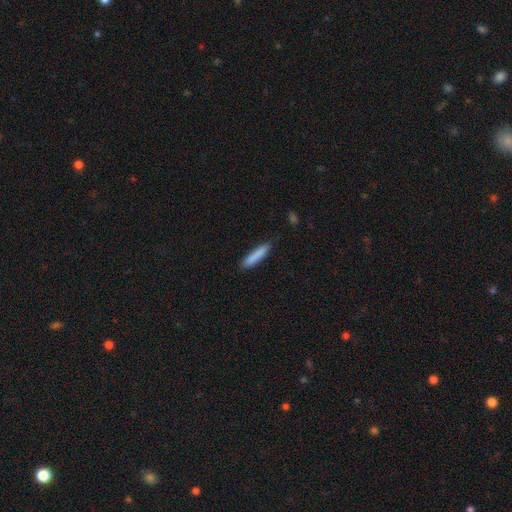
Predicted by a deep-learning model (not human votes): A smooth galaxy with no disk features (86%) that is cigar-shaped (86%). Merging: none (87%).